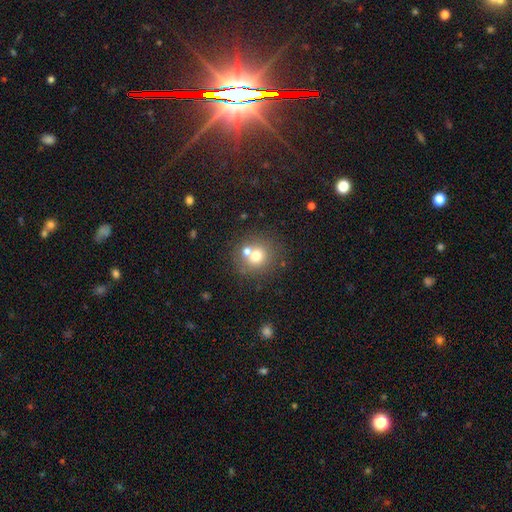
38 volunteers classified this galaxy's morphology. Smooth or featured?
  - smooth: 79% *
  - featured or disk: 16%
  - star or artifact: 5%
How rounded?
  - round: 97% *
  - in between: 3%
  - cigar-shaped: 0%
Merging?
  - none: 58% *
  - merger: 22%
  - minor disturbance: 17%
  - major disturbance: 3%